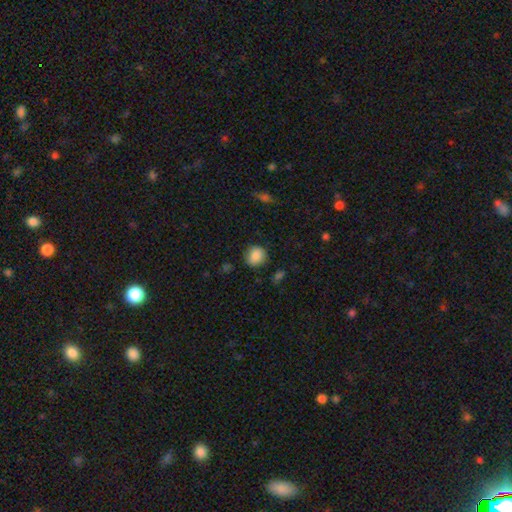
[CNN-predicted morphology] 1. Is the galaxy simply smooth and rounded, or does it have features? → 87% smooth, 9% star or artifact, 5% featured or disk.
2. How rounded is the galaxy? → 82% round, 17% in between, 1% cigar-shaped.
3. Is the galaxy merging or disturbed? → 83% none, 12% minor disturbance, 3% major disturbance, 2% merger.